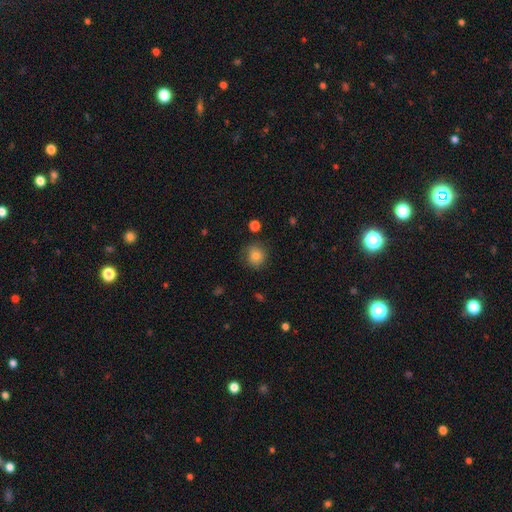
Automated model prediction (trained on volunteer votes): A smooth galaxy with no disk features (81%) that is round (90%). Merging: none (84%).